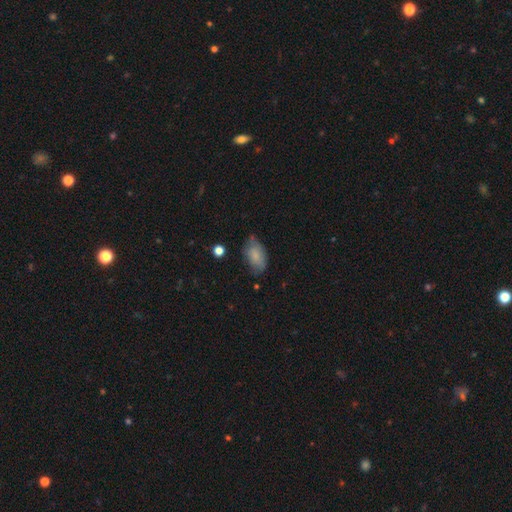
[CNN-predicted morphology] The model was most divided on "merging": none: 57%, minor disturbance: 32%, major disturbance: 9%, merger: 3%. More confident: how rounded — in between (91%); smooth or featured — smooth (79%).